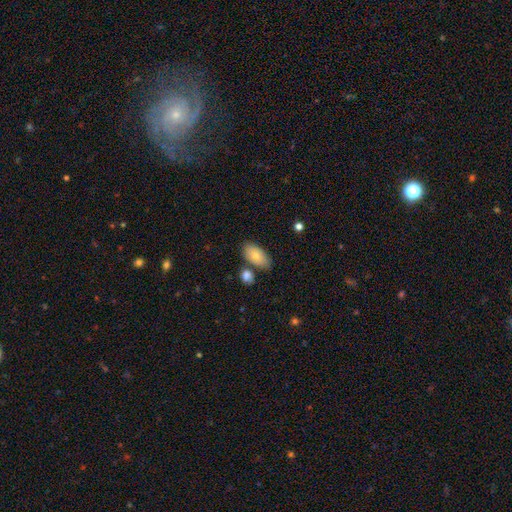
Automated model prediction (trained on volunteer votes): This is likely a smooth galaxy (80%). How rounded: clearly in between (94%). Merging: likely none (72%).